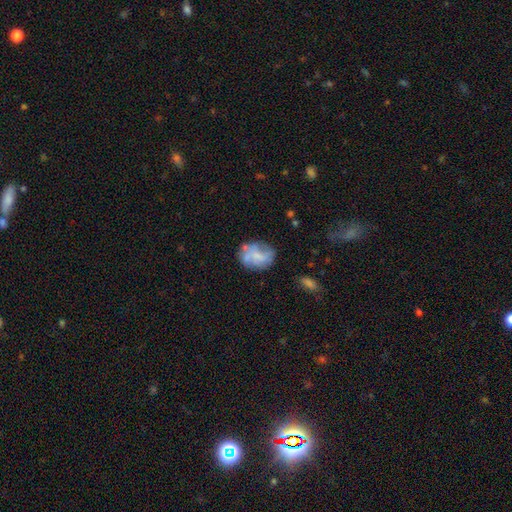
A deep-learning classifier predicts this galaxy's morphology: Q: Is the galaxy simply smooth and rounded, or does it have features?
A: featured or disk — 48%.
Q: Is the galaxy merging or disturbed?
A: none — 58%.